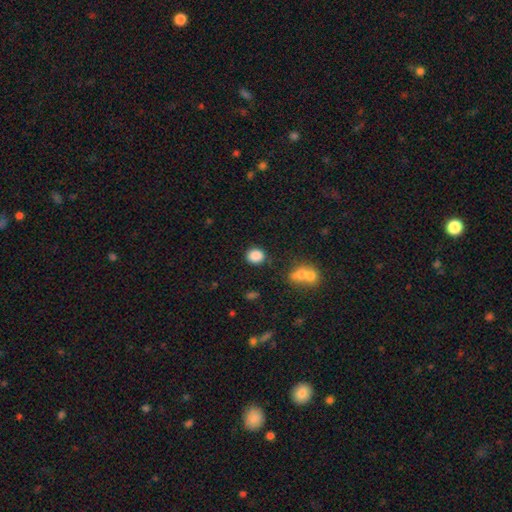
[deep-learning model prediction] A smooth galaxy with no disk features (87%) that is round (67%). Merging: none (80%).